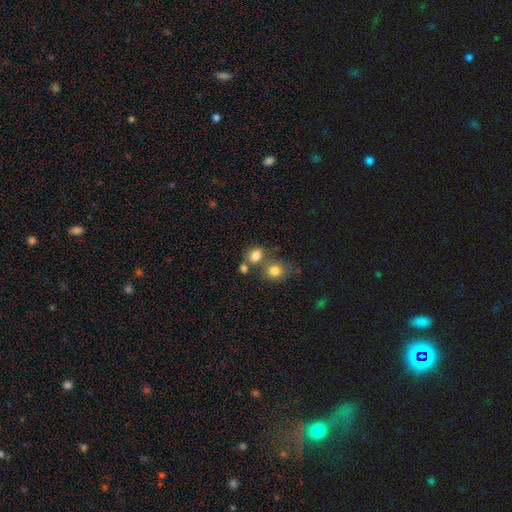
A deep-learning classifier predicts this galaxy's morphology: Smooth or featured: smooth — 80% (star or artifact — 12%)
How rounded: in between — 52% (round — 46%)
Merging: none — 52% (merger — 31%)